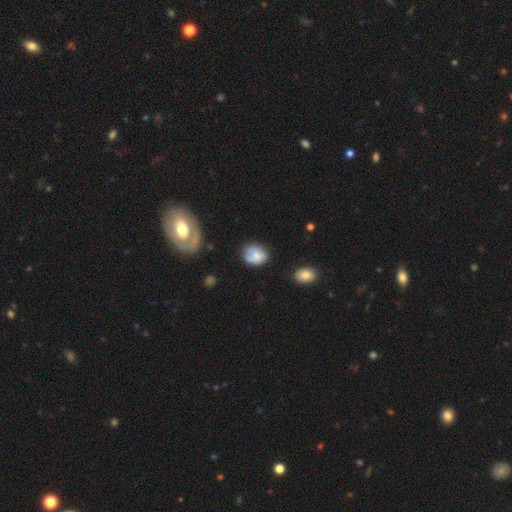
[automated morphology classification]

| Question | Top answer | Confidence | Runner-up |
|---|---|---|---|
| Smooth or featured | smooth | 69% | featured or disk (23%) |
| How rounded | in between | 53% | round (46%) |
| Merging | none | 56% | minor disturbance (30%) |